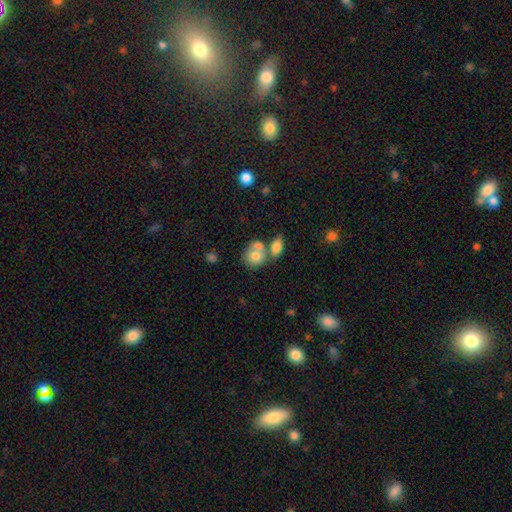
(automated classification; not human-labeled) Smooth or featured: smooth — 74% (featured or disk — 18%)
How rounded: round — 61% (in between — 38%)
Merging: merger — 50% (none — 34%)